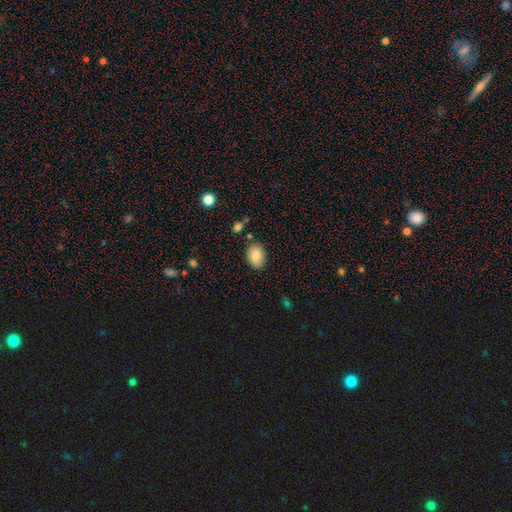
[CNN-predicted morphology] smooth_or_featured: smooth (p=0.84) [alt: featured or disk p=0.08]
how_rounded: in between (p=0.81) [alt: round p=0.18]
merging: none (p=0.84) [alt: minor disturbance p=0.12]